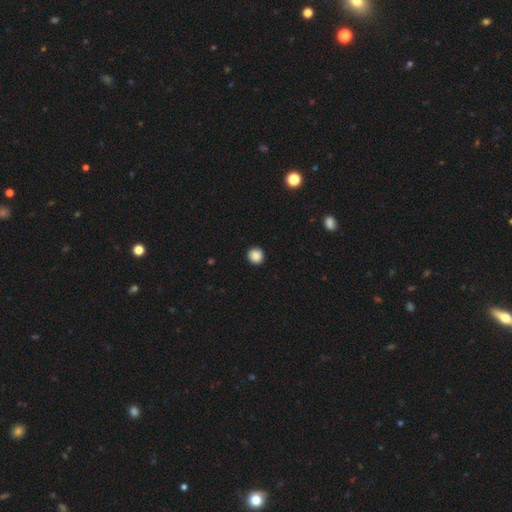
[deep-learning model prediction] A smooth galaxy with no disk features (88%) that is round (93%). Merging: none (92%).